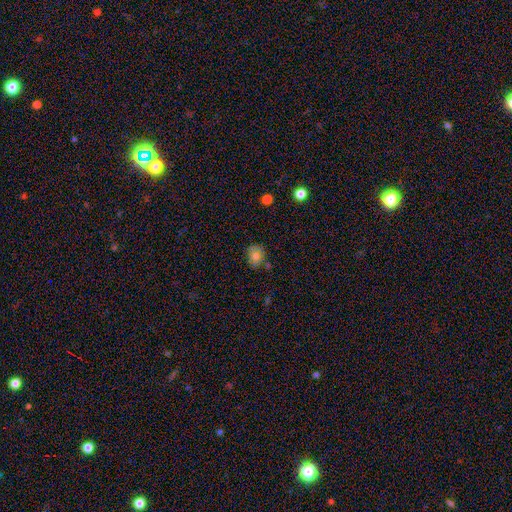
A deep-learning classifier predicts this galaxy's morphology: This appears to be a smooth galaxy with no disk features (65%) that is round (62%). Merging: none (65%).